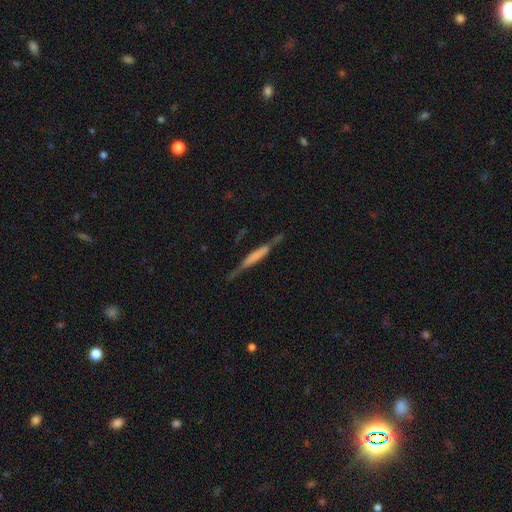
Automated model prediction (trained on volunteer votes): smooth_or_featured: featured or disk (p=0.58) [alt: smooth p=0.35]
disk_edge_on: yes (p=0.90) [alt: no p=0.10]
edge_on_bulge: boxy (p=0.49) [alt: none p=0.35]
merging: none (p=0.65) [alt: minor disturbance p=0.22]